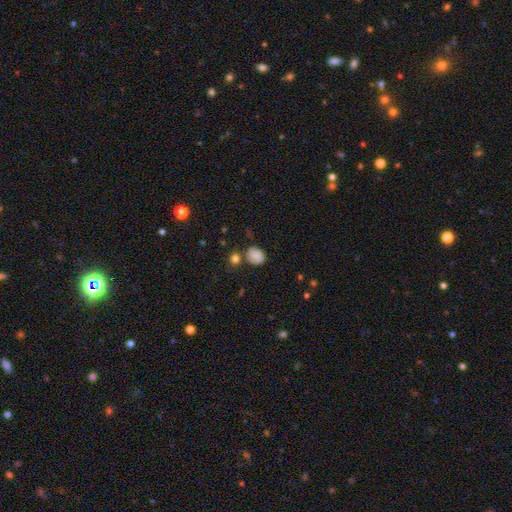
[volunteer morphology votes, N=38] A smooth galaxy with no disk features (87%) that is in between round and cigar-shaped (64%). Merging: none (74%).